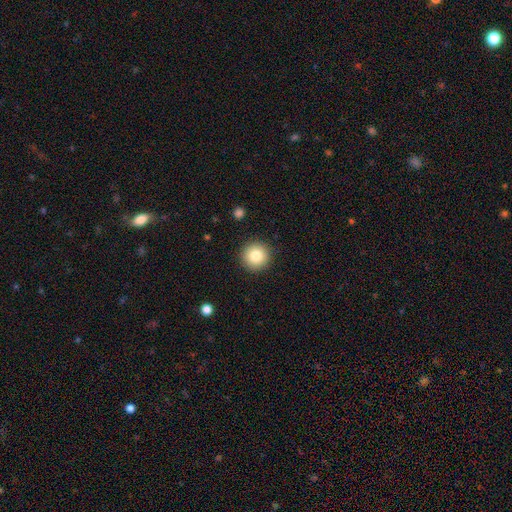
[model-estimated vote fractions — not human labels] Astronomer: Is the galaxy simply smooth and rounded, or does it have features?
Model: smooth — 83%.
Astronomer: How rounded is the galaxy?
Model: round — 95%.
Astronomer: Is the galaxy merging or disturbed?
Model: none — 91%.